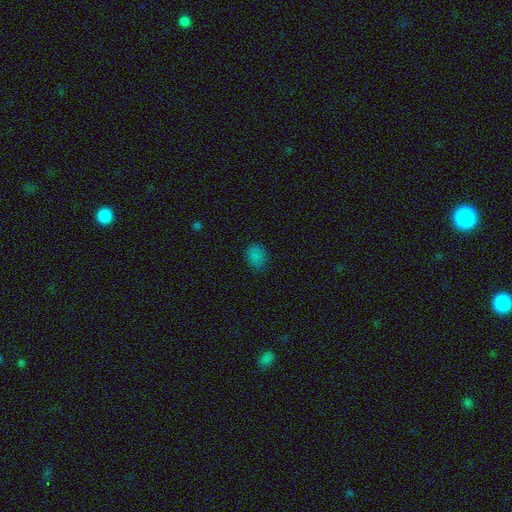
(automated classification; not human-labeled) Smooth or featured?
  - smooth: 80% *
  - star or artifact: 16%
  - featured or disk: 4%
How rounded?
  - in between: 62% *
  - round: 37%
  - cigar-shaped: 1%
Merging?
  - none: 78% *
  - minor disturbance: 17%
  - major disturbance: 4%
  - merger: 1%